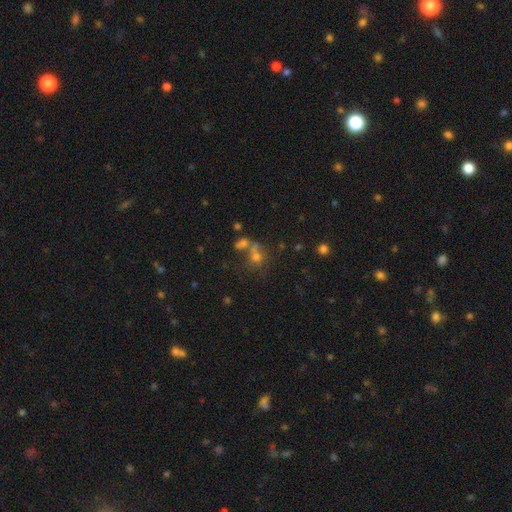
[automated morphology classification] Smooth or featured? smooth (53%)
How rounded? round (74%)
Merging? none (45%)